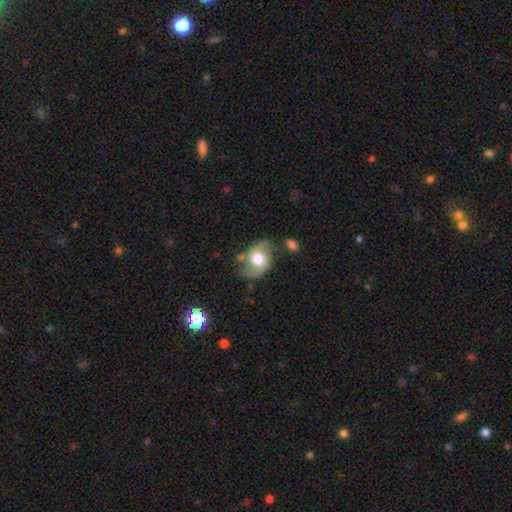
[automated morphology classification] Q: Smooth or featured?
A: featured or disk (58%); runner-up: smooth (33%)
Q: Edge-on disk?
A: no (95%); runner-up: yes (5%)
Q: Bar?
A: no (68%); runner-up: weak (26%)
Q: Spiral arms?
A: yes (75%); runner-up: no (25%)
Q: Bulge size?
A: moderate (53%); runner-up: large (37%)
Q: Merging?
A: none (66%); runner-up: minor disturbance (21%)